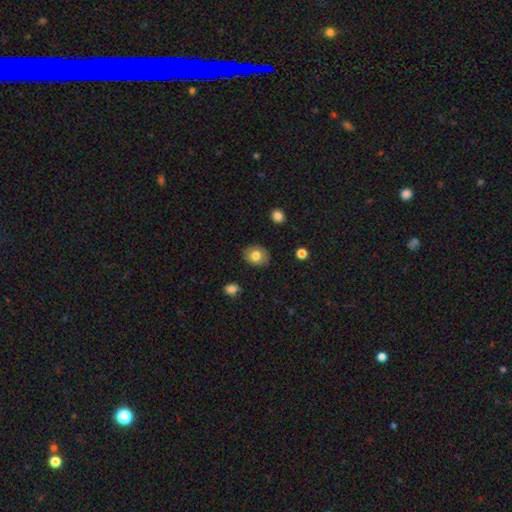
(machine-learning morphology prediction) smooth_or_featured: smooth (p=0.78) [alt: featured or disk p=0.14]
how_rounded: round (p=0.51) [alt: in between p=0.48]
merging: none (p=0.87) [alt: minor disturbance p=0.10]